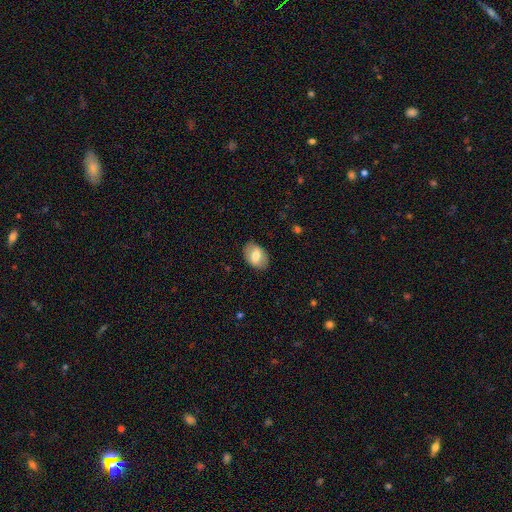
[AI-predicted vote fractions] A smooth galaxy with no disk features (65%) that is in between round and cigar-shaped (83%). Merging: none (85%).